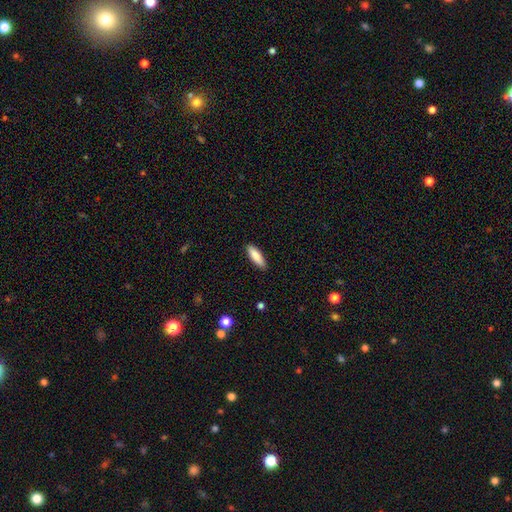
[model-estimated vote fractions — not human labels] A smooth galaxy with no disk features (86%) that is cigar-shaped (52%). Merging: none (89%).